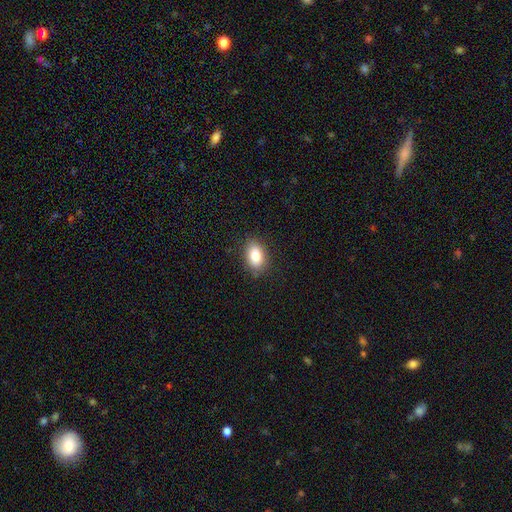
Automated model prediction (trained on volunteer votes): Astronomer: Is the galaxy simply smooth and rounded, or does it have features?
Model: smooth — 84%.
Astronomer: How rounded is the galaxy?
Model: in between — 87%.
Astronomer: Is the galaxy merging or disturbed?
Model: none — 86%.